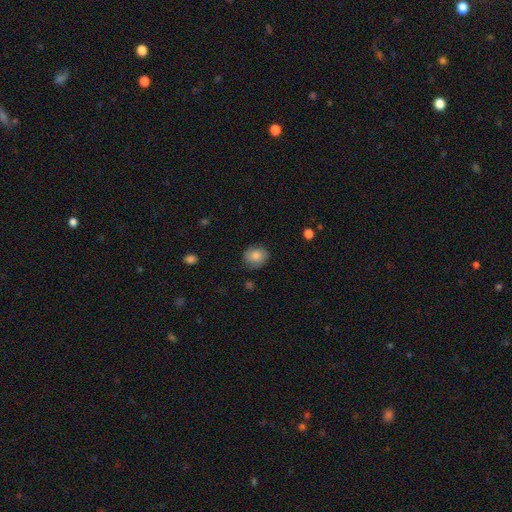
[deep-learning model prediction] Smooth or featured? Predicted: smooth (p=0.79). How rounded? Predicted: round (p=0.74). Merging? Predicted: none (p=0.79).